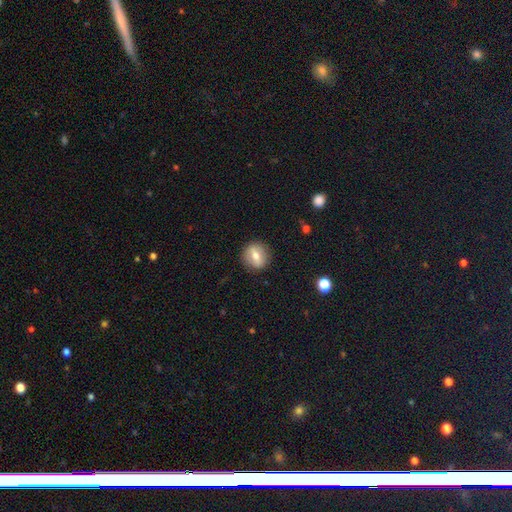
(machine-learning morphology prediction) Q: Smooth or featured?
A: smooth (54%); runner-up: featured or disk (37%)
Q: How rounded?
A: round (81%); runner-up: in between (17%)
Q: Merging?
A: none (87%); runner-up: minor disturbance (9%)